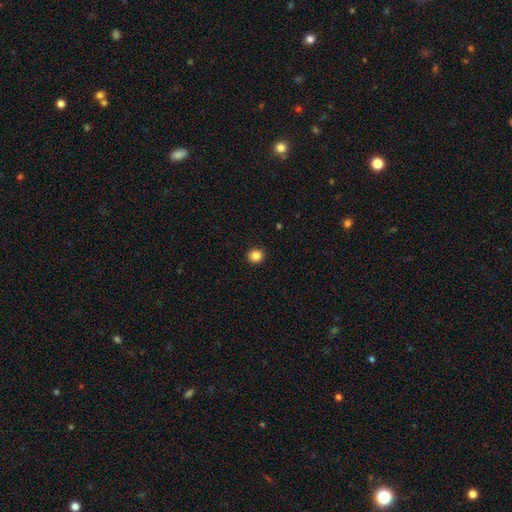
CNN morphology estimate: Overall: smooth (86%). How rounded: round (91%). Merging: none (93%).